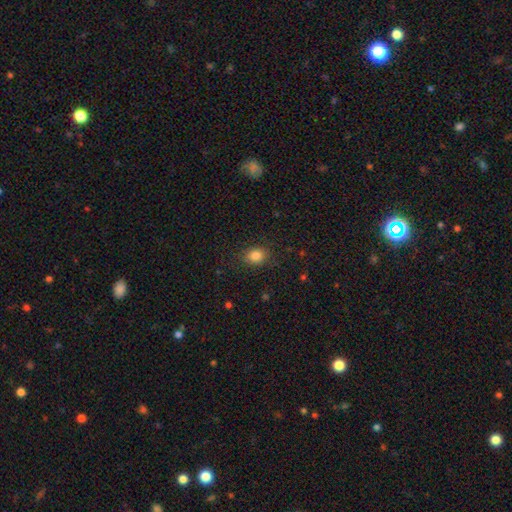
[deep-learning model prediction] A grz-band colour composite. It shows a smooth galaxy with no disk features (83%) that is round (50%). Merging: none (85%).